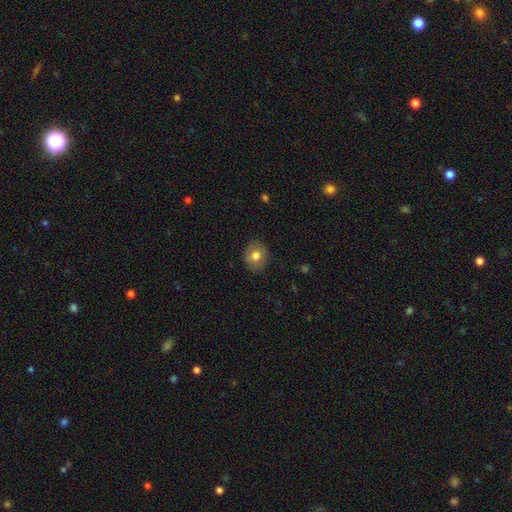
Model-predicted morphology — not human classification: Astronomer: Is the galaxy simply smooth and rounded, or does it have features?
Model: smooth — 76%.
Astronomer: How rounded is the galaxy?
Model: round — 71%.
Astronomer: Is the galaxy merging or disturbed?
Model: none — 86%.